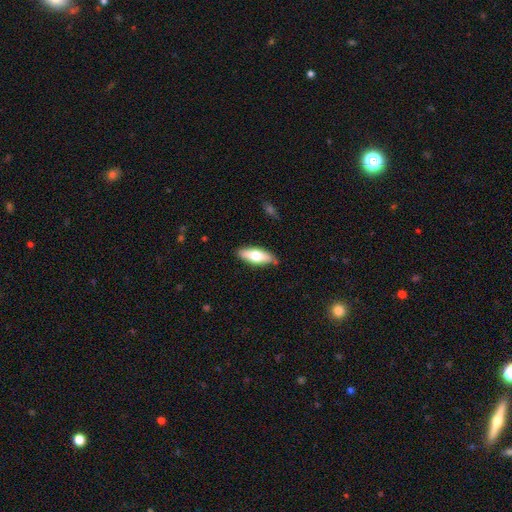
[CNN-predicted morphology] Smooth or featured? smooth (65%)
How rounded? in between (64%)
Merging? none (82%)